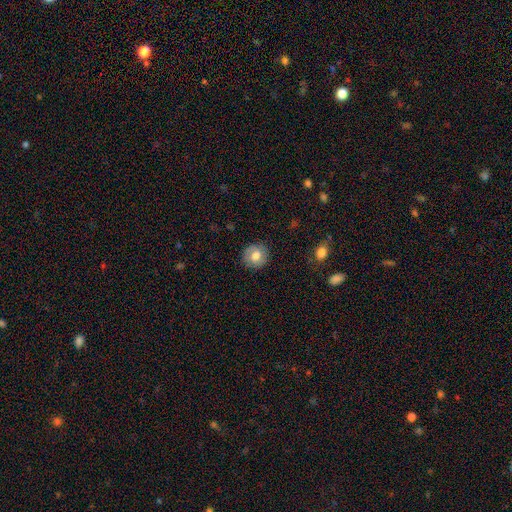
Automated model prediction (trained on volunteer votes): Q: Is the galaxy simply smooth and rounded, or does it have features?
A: smooth — 71%.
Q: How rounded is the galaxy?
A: round — 86%.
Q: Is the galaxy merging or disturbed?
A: none — 86%.